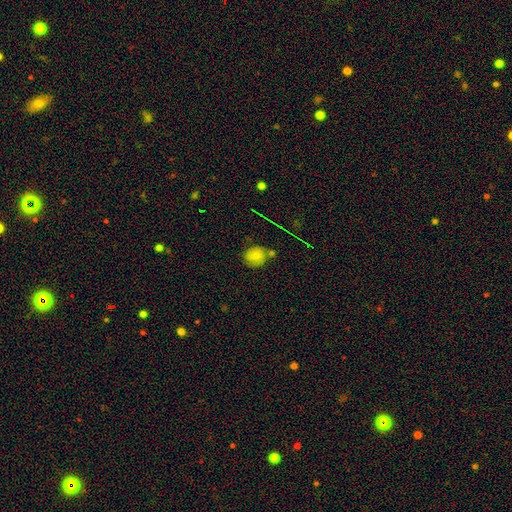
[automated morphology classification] Q: Smooth or featured?
A: smooth (66%); runner-up: featured or disk (19%)
Q: How rounded?
A: round (72%); runner-up: in between (27%)
Q: Merging?
A: none (66%); runner-up: minor disturbance (18%)